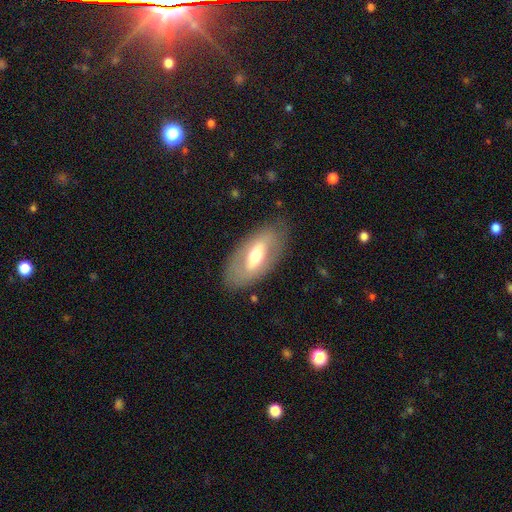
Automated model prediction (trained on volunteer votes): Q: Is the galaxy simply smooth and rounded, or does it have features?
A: featured or disk — 52%.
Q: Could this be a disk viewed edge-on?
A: no — 81%.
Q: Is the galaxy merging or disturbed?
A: none — 79%.